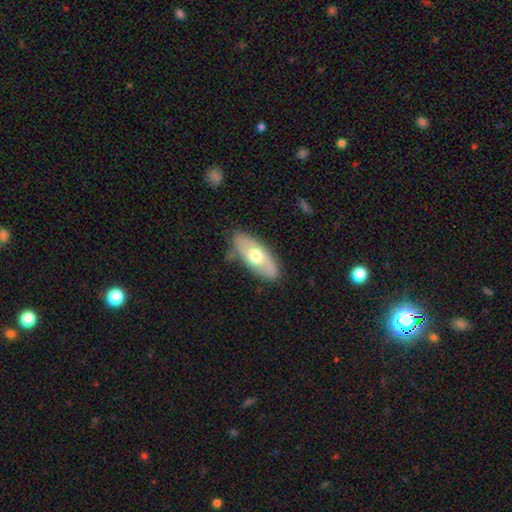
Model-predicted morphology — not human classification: This appears to be a smooth galaxy with no disk features (56%) that is in between round and cigar-shaped (82%). Merging: none (78%).